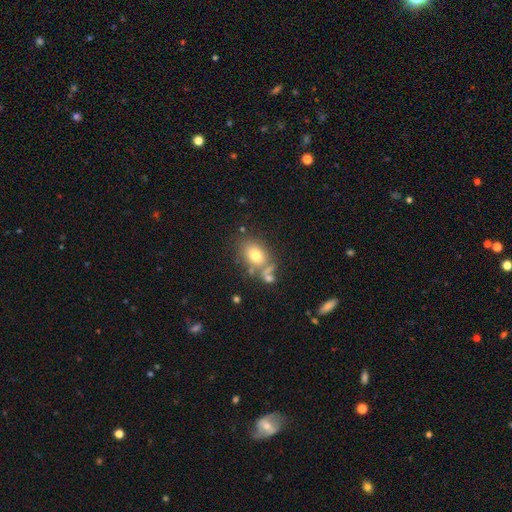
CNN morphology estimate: Smooth or featured? smooth (74%)
How rounded? in between (71%)
Merging? none (53%)